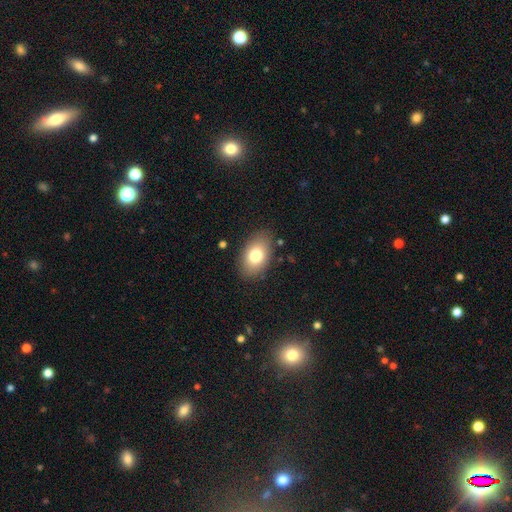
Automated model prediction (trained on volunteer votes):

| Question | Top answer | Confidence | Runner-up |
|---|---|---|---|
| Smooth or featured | smooth | 78% | featured or disk (14%) |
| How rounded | in between | 88% | round (10%) |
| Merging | none | 85% | minor disturbance (11%) |